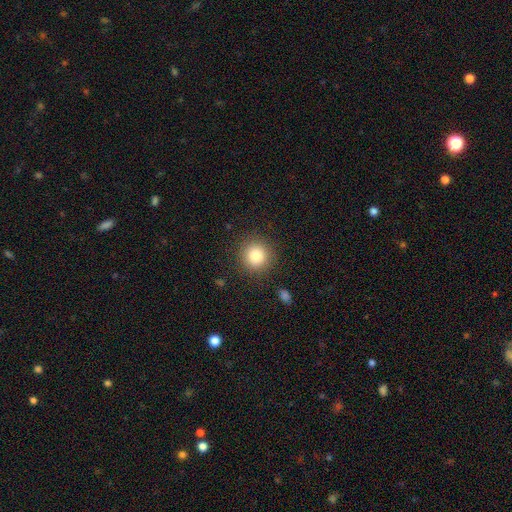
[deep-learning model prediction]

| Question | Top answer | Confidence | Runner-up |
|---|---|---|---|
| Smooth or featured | smooth | 82% | star or artifact (10%) |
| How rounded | round | 93% | in between (6%) |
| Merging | none | 89% | minor disturbance (7%) |